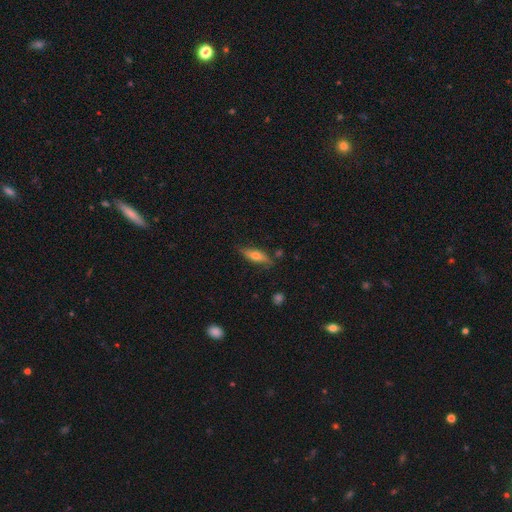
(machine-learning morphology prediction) Overall: smooth (58%; featured or disk 35%). How rounded: cigar-shaped (51%; in between 47%). Merging: none (76%).